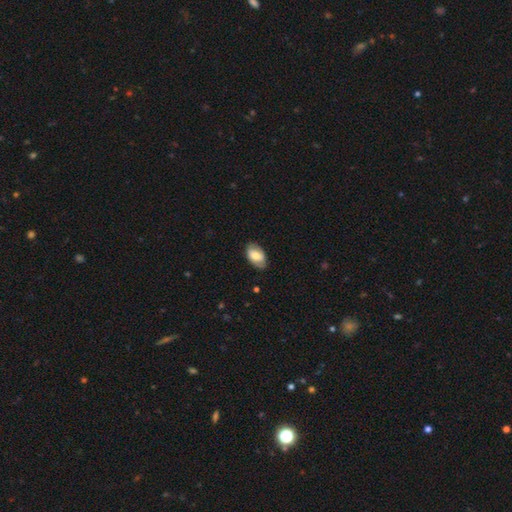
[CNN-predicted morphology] A smooth galaxy with no disk features (65%) that is in between round and cigar-shaped (92%). Merging: none (79%).